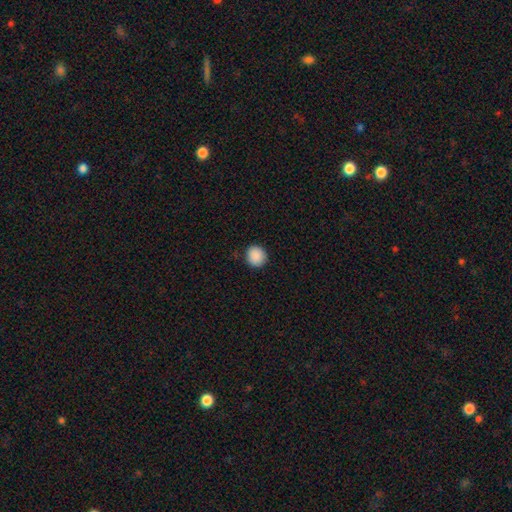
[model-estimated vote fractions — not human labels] Smooth or featured? Predicted: smooth (p=0.89). How rounded? Predicted: round (p=0.91). Merging? Predicted: none (p=0.89).